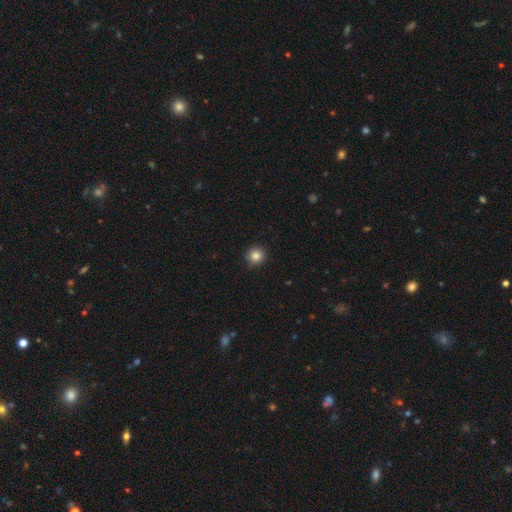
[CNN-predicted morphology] This appears to be a smooth galaxy with no disk features (85%) that is round (93%). Merging: none (89%).